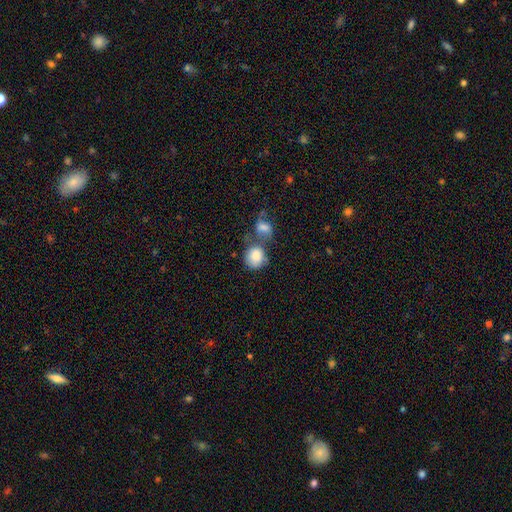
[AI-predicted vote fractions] Morphology: type=smooth (83%); roundness=round (72%); merging=merger (46%).